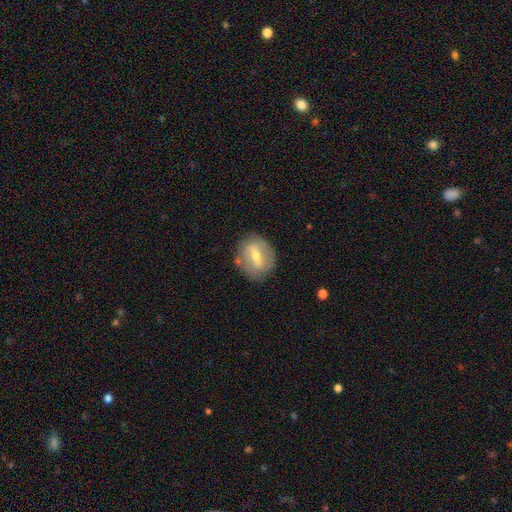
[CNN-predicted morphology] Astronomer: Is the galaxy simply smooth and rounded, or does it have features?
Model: featured or disk — 60%.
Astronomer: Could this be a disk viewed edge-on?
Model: no — 89%.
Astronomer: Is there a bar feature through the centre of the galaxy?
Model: strong — 53% (runner-up: weak, 35%).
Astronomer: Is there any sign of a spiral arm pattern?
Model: no — 68%.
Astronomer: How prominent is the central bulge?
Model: moderate — 56% (runner-up: small, 38%).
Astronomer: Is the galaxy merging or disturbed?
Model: none — 78%.